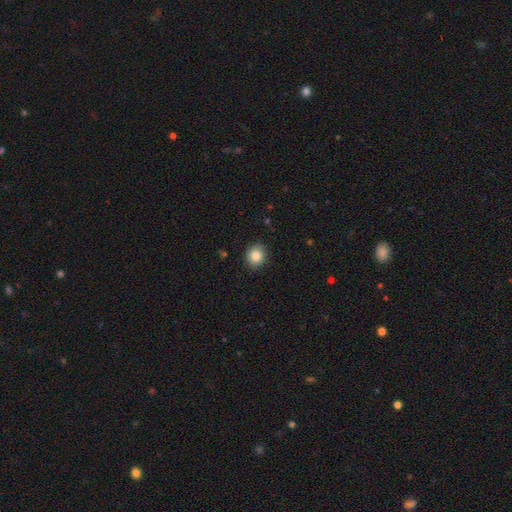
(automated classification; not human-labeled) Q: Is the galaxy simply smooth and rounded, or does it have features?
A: smooth — 84%.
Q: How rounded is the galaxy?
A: round — 75%.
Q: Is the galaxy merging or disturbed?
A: none — 88%.